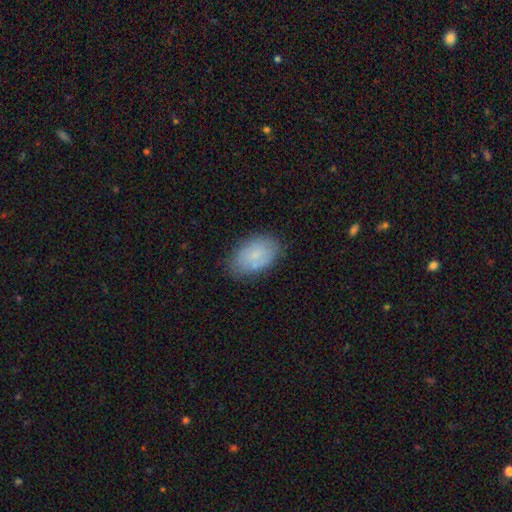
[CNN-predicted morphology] A smooth galaxy with no disk features (73%) that is in between round and cigar-shaped (91%). Merging: none (75%).